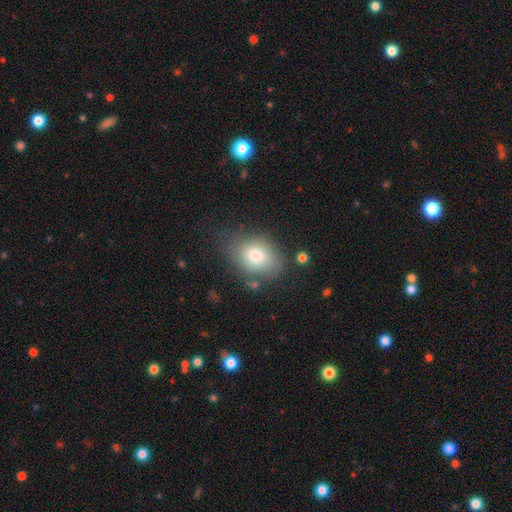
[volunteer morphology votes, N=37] This is clearly a smooth galaxy (86%). How rounded: likely in between (69%). Merging: possibly none (54%).